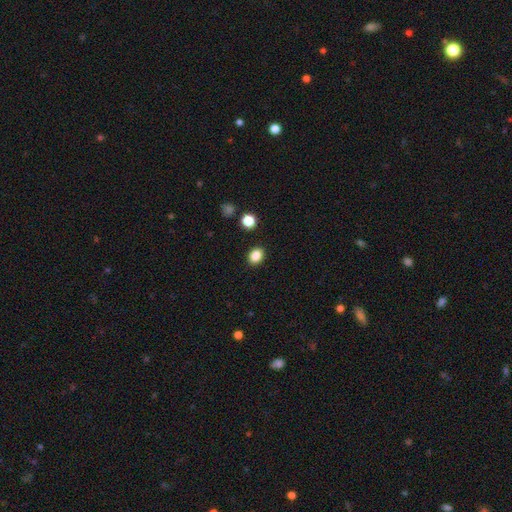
smooth-or-featured: smooth: 93% | star or artifact: 5% | featured or disk: 2%
  how-rounded: round: 51% | in between: 49% | cigar-shaped: 0%
  merging: none: 92% | major disturbance: 5% | minor disturbance: 2% | merger: 0%